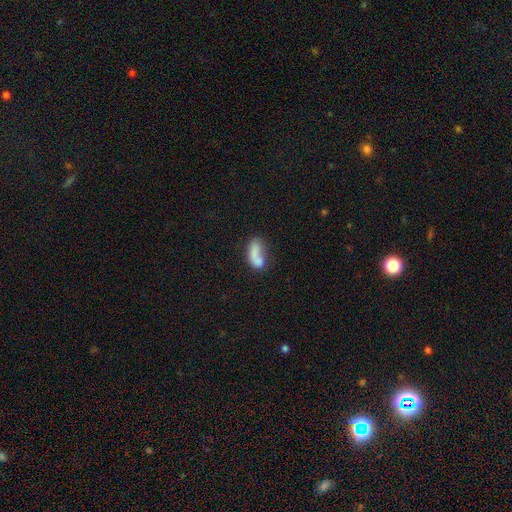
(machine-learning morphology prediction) Smooth or featured?
  - smooth: 70% *
  - featured or disk: 21%
  - star or artifact: 8%
How rounded?
  - in between: 85% *
  - cigar-shaped: 8%
  - round: 7%
Merging?
  - merger: 35% *
  - none: 31%
  - minor disturbance: 17%
  - major disturbance: 16%